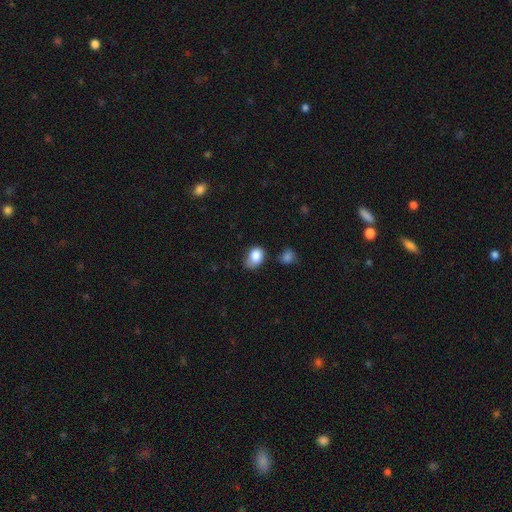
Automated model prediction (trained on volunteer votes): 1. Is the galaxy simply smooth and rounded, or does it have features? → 85% smooth, 8% star or artifact, 7% featured or disk.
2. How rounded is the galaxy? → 73% in between, 26% round, 1% cigar-shaped.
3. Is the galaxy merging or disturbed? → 46% none, 38% minor disturbance, 10% major disturbance, 6% merger.